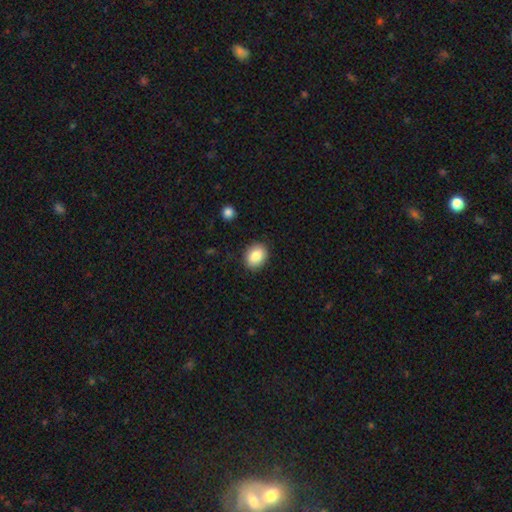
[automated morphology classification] Smooth or featured? smooth (86%)
How rounded? in between (60%)
Merging? none (88%)